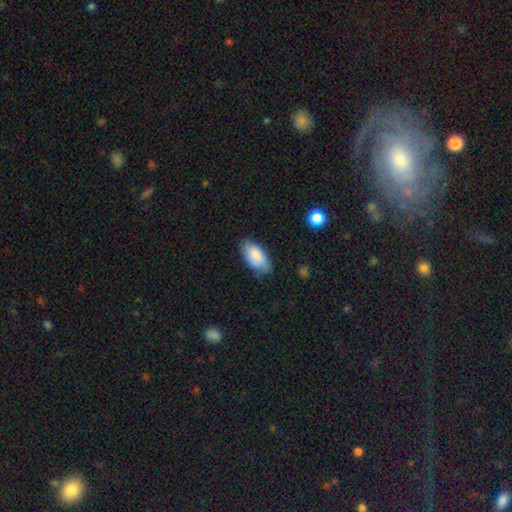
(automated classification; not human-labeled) Q: Smooth or featured?
A: smooth (82%); runner-up: featured or disk (12%)
Q: How rounded?
A: in between (94%); runner-up: cigar-shaped (3%)
Q: Merging?
A: none (71%); runner-up: minor disturbance (24%)